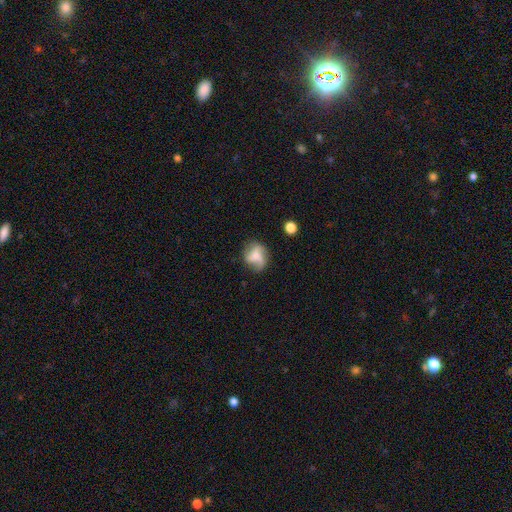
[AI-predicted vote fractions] Smooth or featured: smooth — 45% (tied with featured or disk — 45%)
Merging: none — 58% (minor disturbance — 24%)